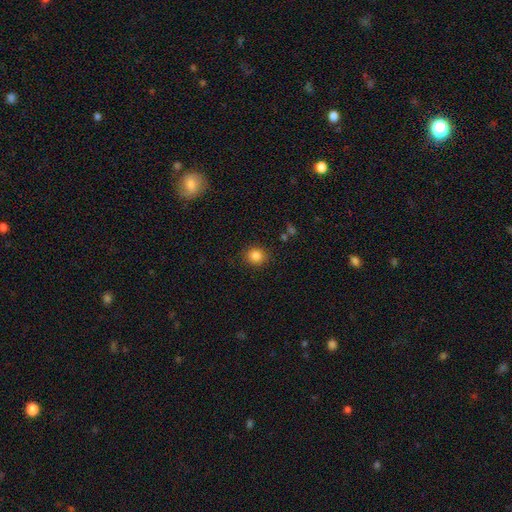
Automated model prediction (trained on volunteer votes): smooth_or_featured: smooth (p=0.84) [alt: star or artifact p=0.11]
how_rounded: round (p=0.81) [alt: in between p=0.18]
merging: none (p=0.88) [alt: minor disturbance p=0.08]